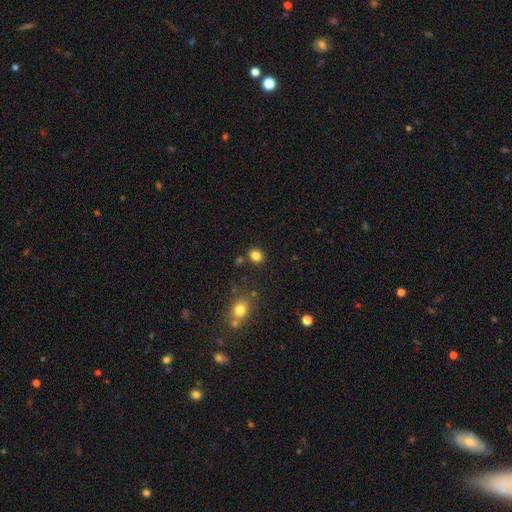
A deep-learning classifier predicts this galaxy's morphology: Q: Smooth or featured?
A: smooth (83%); runner-up: star or artifact (13%)
Q: How rounded?
A: round (72%); runner-up: in between (27%)
Q: Merging?
A: none (83%); runner-up: minor disturbance (9%)